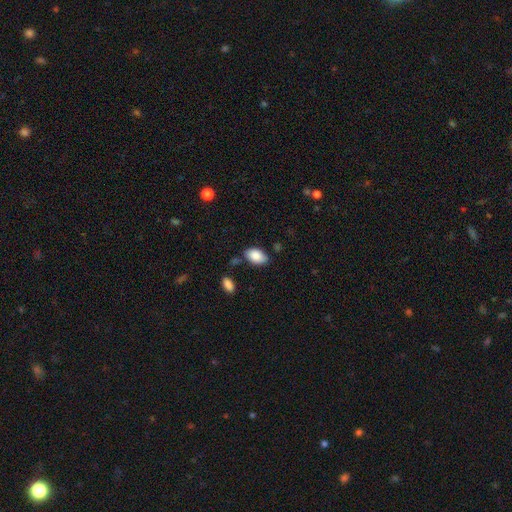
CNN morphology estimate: smooth 87%, star or artifact 7%, featured or disk 6%. Down the decision tree: how rounded — in between (92%); merging — none (76%).